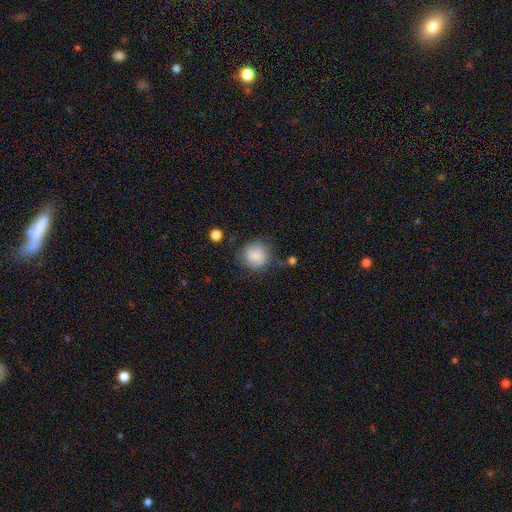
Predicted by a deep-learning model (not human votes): A smooth galaxy with no disk features (84%) that is round (87%).

Vote fractions:
- Smooth or featured? smooth: 84% / featured or disk: 8% / star or artifact: 8%
- How rounded? round: 87% / in between: 12% / cigar-shaped: 1%
- Merging? none: 72% / minor disturbance: 19% / major disturbance: 6% / merger: 3%